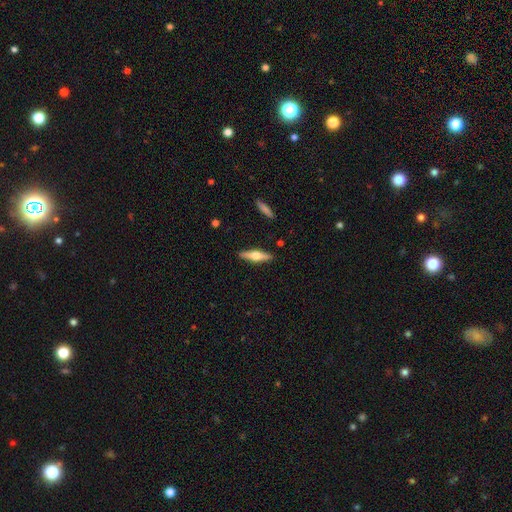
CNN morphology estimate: A featured or disk galaxy (61%) viewed edge-on (96%) with a rounded central bulge (94%).

Vote fractions:
- Smooth or featured? featured or disk: 61% / smooth: 33% / star or artifact: 5%
- Edge-on disk? yes: 96% / no: 4%
- Edge-on bulge? rounded: 94% / boxy: 3% / none: 2%
- Merging? none: 90% / minor disturbance: 7% / major disturbance: 2% / merger: 2%